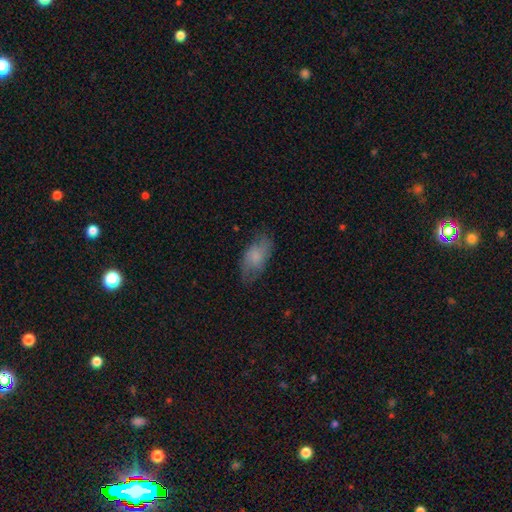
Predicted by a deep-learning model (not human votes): Overall: smooth (70%). How rounded: in between (91%). Merging: none (68%).